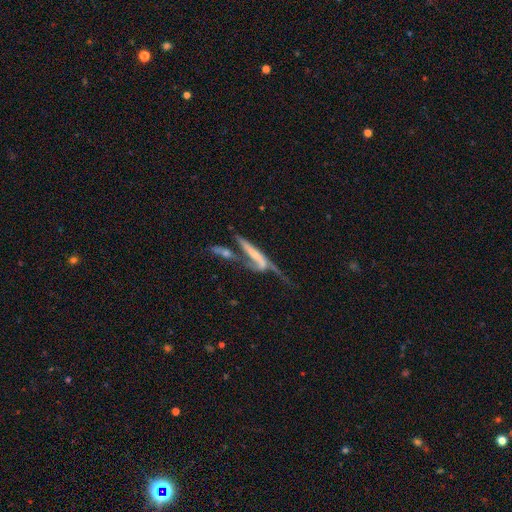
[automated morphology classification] Smooth or featured? featured or disk (67%)
Edge-on disk? no (52%)
Merging? merger (45%)